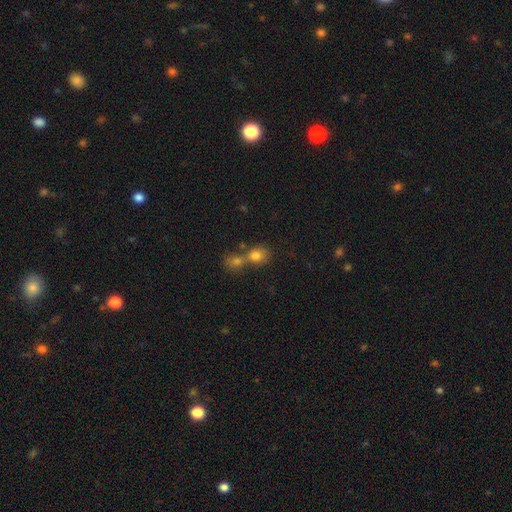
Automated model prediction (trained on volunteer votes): smooth-or-featured: smooth: 77% | star or artifact: 12% | featured or disk: 11%
  how-rounded: round: 70% | in between: 28% | cigar-shaped: 1%
  merging: merger: 60% | none: 29% | minor disturbance: 7% | major disturbance: 4%